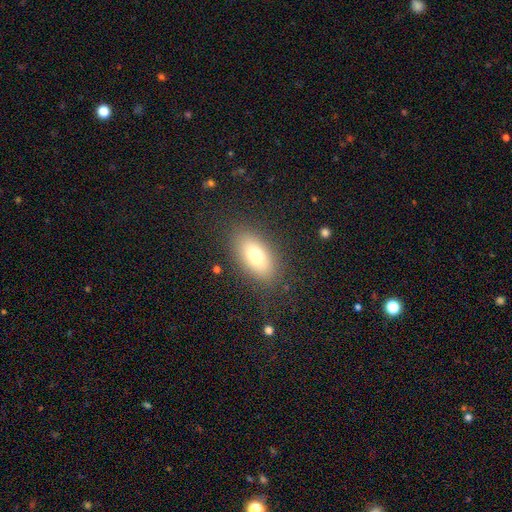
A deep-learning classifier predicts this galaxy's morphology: smooth-or-featured: smooth: 72% | featured or disk: 18% | star or artifact: 10%
  how-rounded: in between: 86% | round: 8% | cigar-shaped: 6%
  merging: none: 83% | minor disturbance: 11% | major disturbance: 5% | merger: 1%